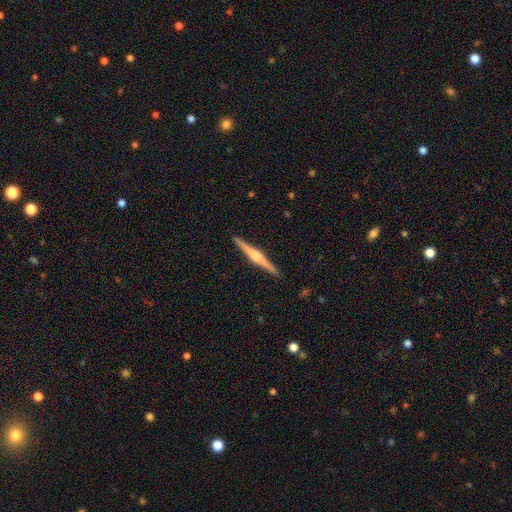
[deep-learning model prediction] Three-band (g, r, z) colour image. It shows a featured or disk galaxy (78%) viewed edge-on (99%) with a rounded central bulge (83%). Merging: none (92%).